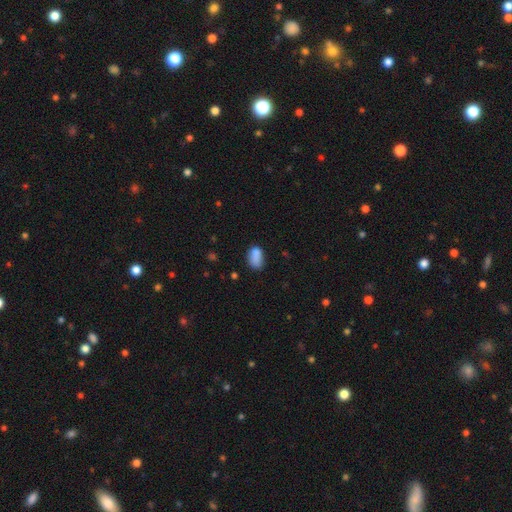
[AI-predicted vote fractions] Overall: smooth (84%). How rounded: in between (89%). Merging: none (61%; minor disturbance 23%).